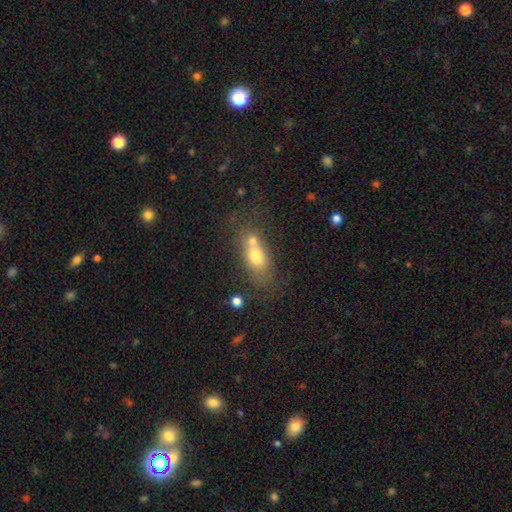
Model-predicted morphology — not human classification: type=smooth (68%); roundness=in between (71%); merging=merger (45%).